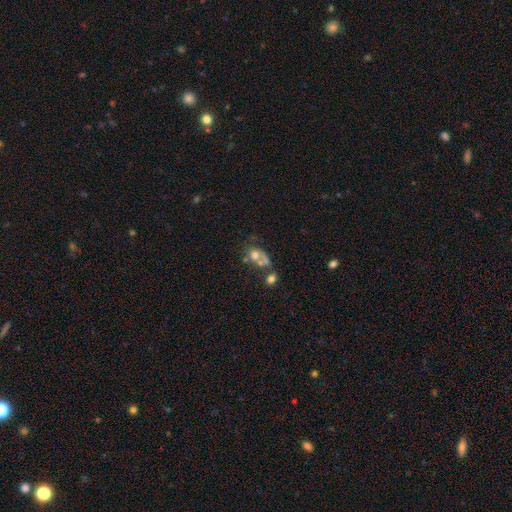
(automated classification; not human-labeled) Morphology: type=smooth (50%); merging=merger (42%).